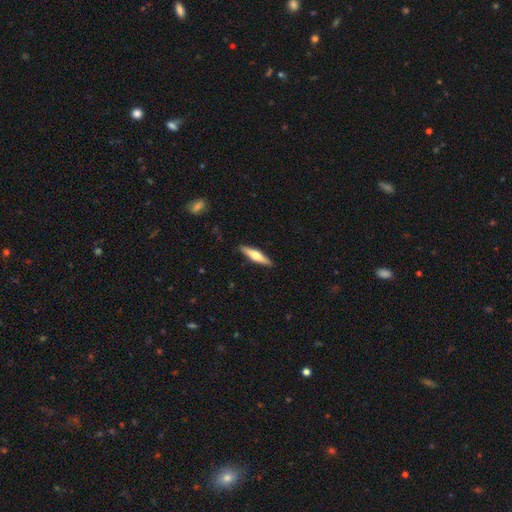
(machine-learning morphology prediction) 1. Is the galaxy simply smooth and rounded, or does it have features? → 50% featured or disk, 44% smooth, 5% star or artifact.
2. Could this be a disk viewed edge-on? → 94% yes, 6% no.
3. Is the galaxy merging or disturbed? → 90% none, 8% minor disturbance, 2% major disturbance, 1% merger.